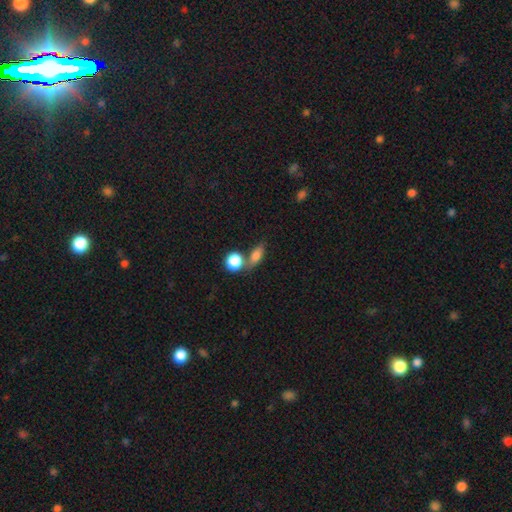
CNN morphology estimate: This appears to be a smooth galaxy with no disk features (76%) that is in between round and cigar-shaped (60%). Merging: none (48%).